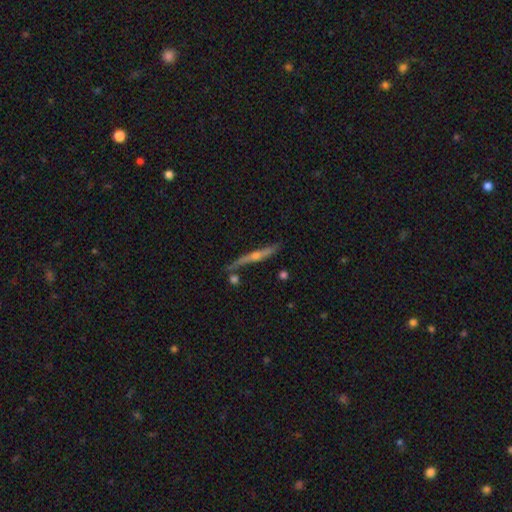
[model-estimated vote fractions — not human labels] This is likely a featured or disk galaxy (73%). It is clearly viewed edge-on (96%). Edge-on bulge: clearly rounded (83%). Merging: likely none (75%).